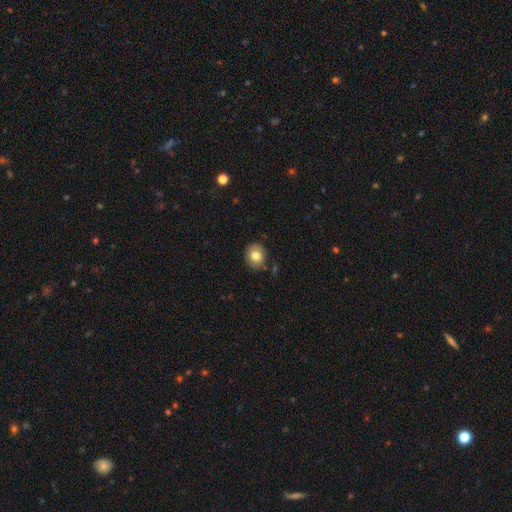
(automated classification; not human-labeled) Smooth or featured?
  - smooth: 79% *
  - featured or disk: 11%
  - star or artifact: 9%
How rounded?
  - round: 72% *
  - in between: 27%
  - cigar-shaped: 1%
Merging?
  - none: 84% *
  - minor disturbance: 11%
  - major disturbance: 2%
  - merger: 2%